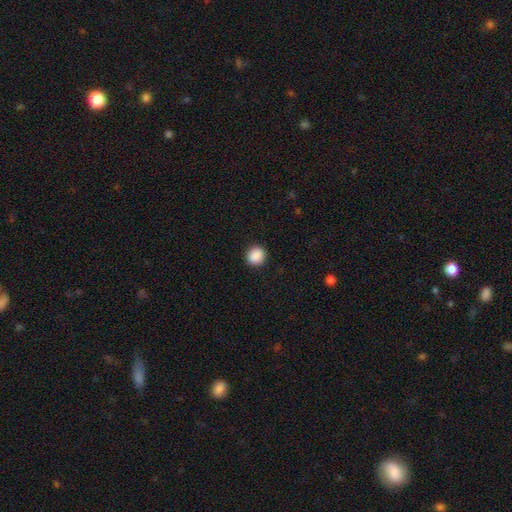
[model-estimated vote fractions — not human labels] The model was most divided on "how rounded": round: 87%, in between: 12%, cigar-shaped: 1%. More confident: merging — none (92%); smooth or featured — smooth (89%).